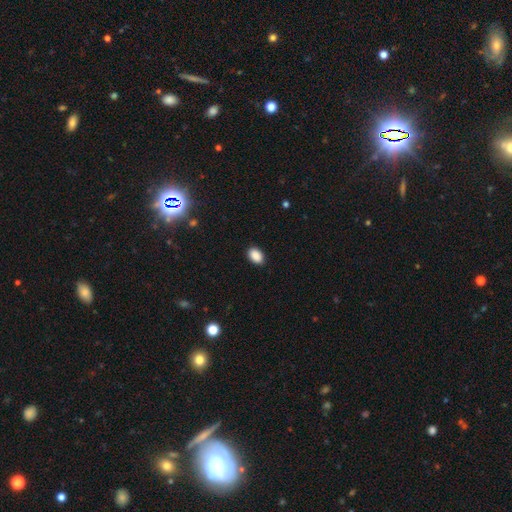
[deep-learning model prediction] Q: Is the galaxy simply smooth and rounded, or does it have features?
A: smooth — 89%.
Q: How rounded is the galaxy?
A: in between — 86%.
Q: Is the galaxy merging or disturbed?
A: none — 89%.